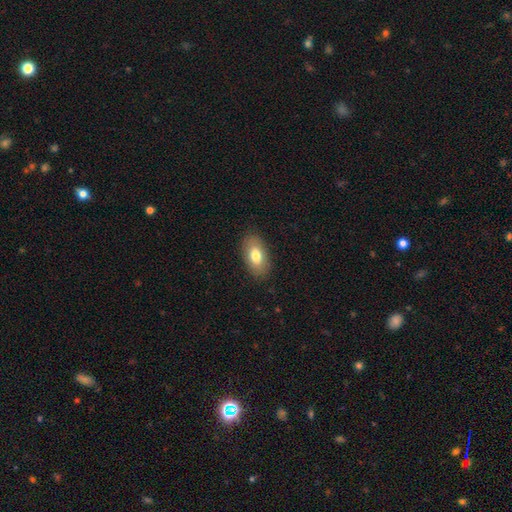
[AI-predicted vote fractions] A smooth galaxy with no disk features (76%) that is in between round and cigar-shaped (92%). Merging: none (87%).